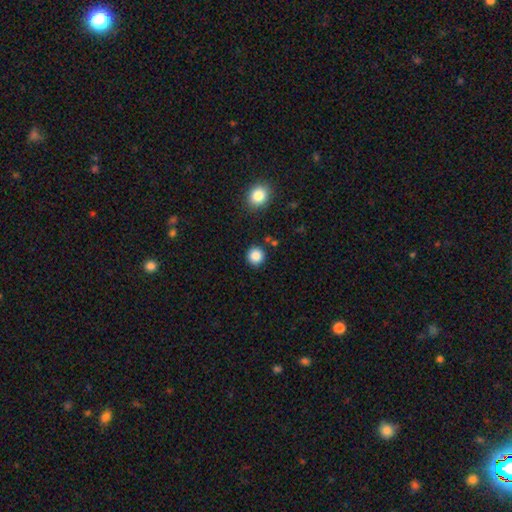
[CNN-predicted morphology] type=smooth (86%); roundness=round (93%); merging=none (89%).